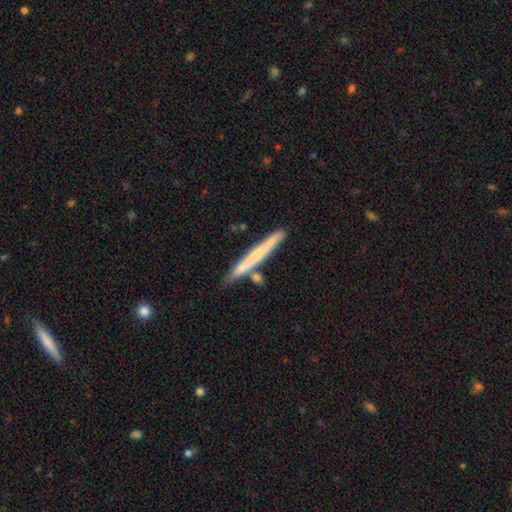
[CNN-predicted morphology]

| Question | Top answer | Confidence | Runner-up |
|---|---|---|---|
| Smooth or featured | smooth | 55% | featured or disk (39%) |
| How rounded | cigar-shaped | 96% | in between (2%) |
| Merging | none | 81% | minor disturbance (11%) |